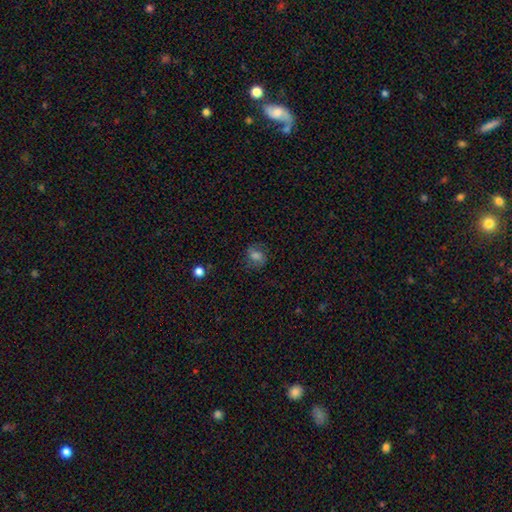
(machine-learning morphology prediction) Smooth or featured? smooth (65%)
How rounded? round (53%)
Merging? none (71%)